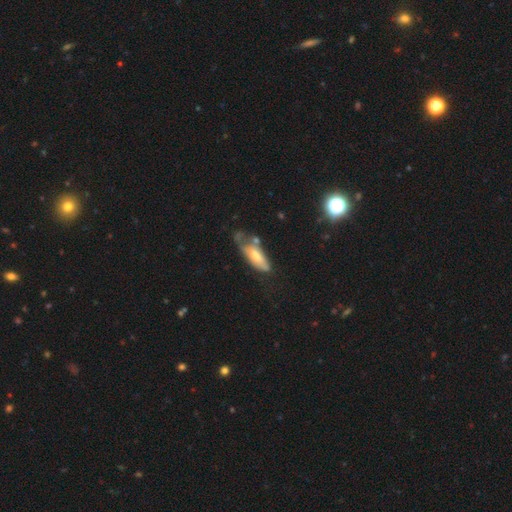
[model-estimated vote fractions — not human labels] Q: Smooth or featured?
A: smooth (55%); runner-up: featured or disk (38%)
Q: How rounded?
A: in between (71%); runner-up: cigar-shaped (27%)
Q: Merging?
A: minor disturbance (33%); runner-up: none (31%)